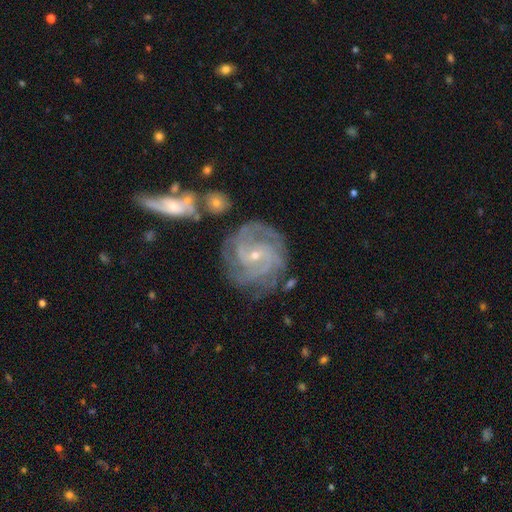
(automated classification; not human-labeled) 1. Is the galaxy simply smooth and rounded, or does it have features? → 88% featured or disk, 6% star or artifact, 6% smooth.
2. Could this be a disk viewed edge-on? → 97% no, 3% yes.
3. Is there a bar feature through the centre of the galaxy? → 55% no, 34% weak, 11% strong.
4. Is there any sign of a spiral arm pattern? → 97% yes, 3% no.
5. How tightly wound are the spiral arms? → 65% tight, 30% medium, 6% loose.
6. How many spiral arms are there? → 28% 3, 22% 4, 21% can't tell, 16% 2, 7% more than 4, 6% 1.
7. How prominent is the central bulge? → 80% small, 16% moderate, 1% none, 1% large, 1% dominant.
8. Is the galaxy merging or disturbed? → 70% none, 17% minor disturbance, 7% major disturbance, 6% merger.